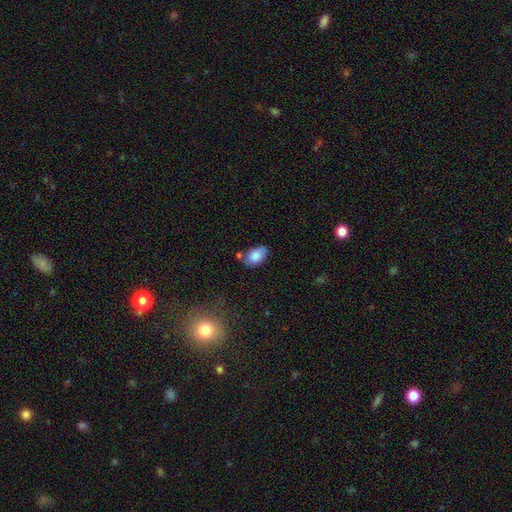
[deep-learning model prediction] Smooth or featured? Predicted: smooth (p=0.83). How rounded? Predicted: in between (p=0.90). Merging? Predicted: none (p=0.61).